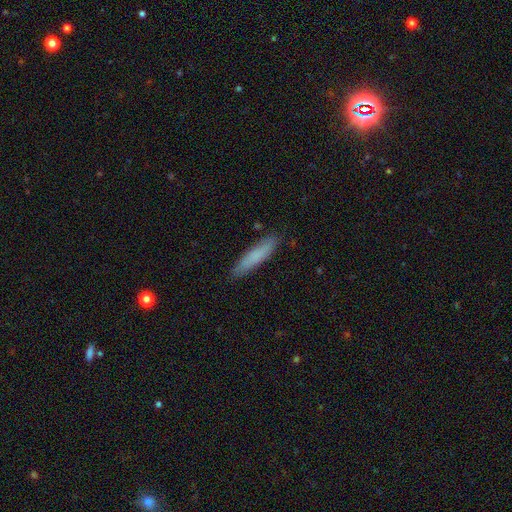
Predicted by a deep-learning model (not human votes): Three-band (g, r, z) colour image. It shows a smooth galaxy with no disk features (78%) that is cigar-shaped (86%). Merging: none (86%).